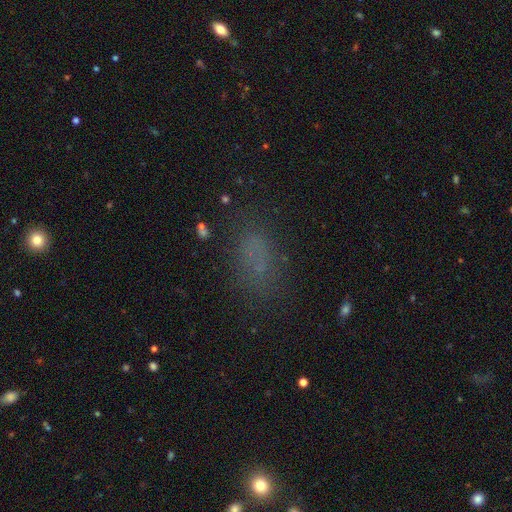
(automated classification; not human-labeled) smooth_or_featured: smooth (p=0.65) [alt: star or artifact p=0.24]
how_rounded: in between (p=0.84) [alt: round p=0.10]
merging: none (p=0.70) [alt: minor disturbance p=0.17]